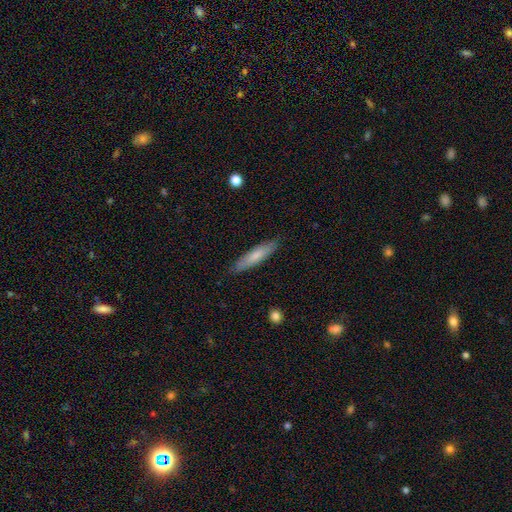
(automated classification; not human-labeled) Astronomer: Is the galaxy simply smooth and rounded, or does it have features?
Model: smooth — 74%.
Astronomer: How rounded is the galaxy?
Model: cigar-shaped — 80%.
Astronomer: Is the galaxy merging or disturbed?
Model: none — 86%.